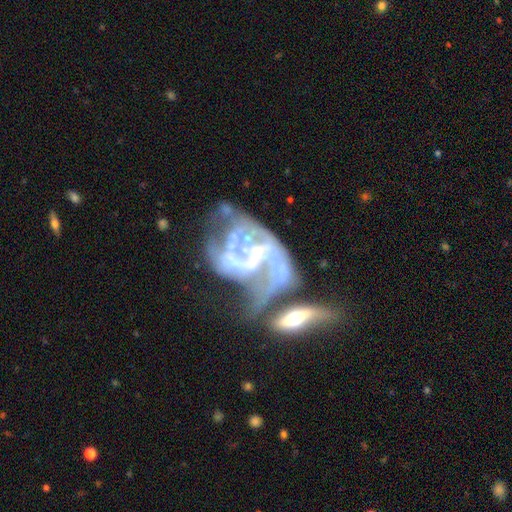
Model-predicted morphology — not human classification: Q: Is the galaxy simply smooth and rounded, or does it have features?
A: featured or disk — 85%.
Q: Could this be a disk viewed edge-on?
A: no — 96%.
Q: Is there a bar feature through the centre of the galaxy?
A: no — 55%.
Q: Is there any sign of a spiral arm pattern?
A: yes — 82%.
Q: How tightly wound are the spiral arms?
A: medium — 42%.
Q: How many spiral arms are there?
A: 2 — 48%.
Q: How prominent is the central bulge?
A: small — 58%.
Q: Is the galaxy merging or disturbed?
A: merger — 45%.